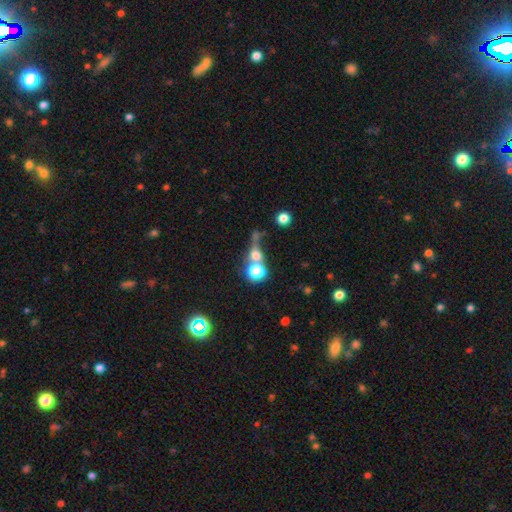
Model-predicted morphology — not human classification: Smooth or featured: smooth — 58% (star or artifact — 24%)
How rounded: round — 72% (in between — 21%)
Merging: merger — 43% (none — 36%)